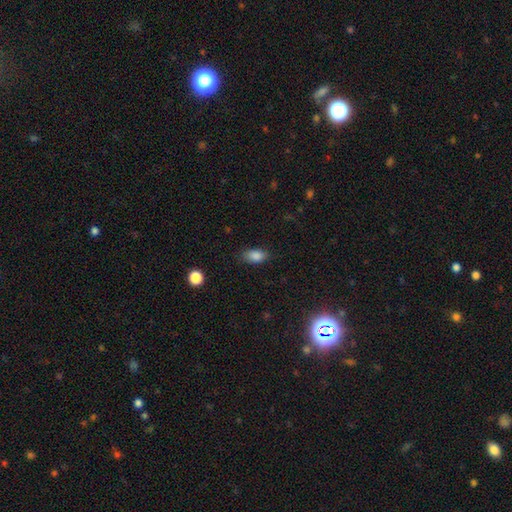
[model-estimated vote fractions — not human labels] The model was most divided on "merging": none: 79%, minor disturbance: 16%, major disturbance: 4%, merger: 1%. More confident: how rounded — in between (88%); smooth or featured — smooth (86%).